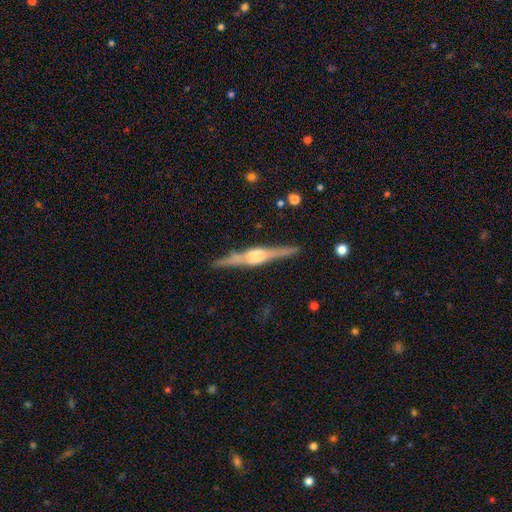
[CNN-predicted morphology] Smooth or featured? featured or disk (82%)
Edge-on disk? yes (98%)
Edge-on bulge? rounded (63%)
Merging? none (87%)